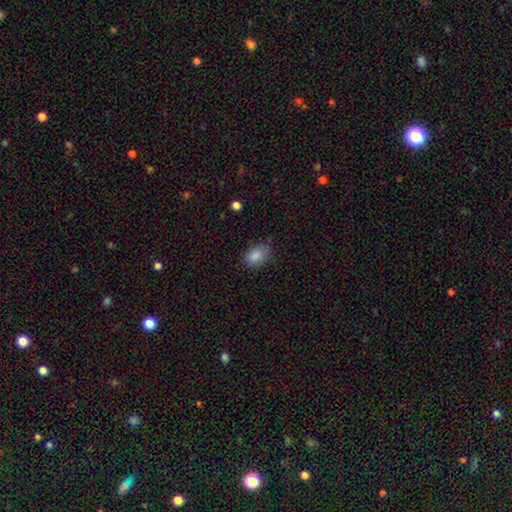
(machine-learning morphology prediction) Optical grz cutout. It shows a smooth galaxy with no disk features (87%) that is in between round and cigar-shaped (85%). Merging: none (74%).